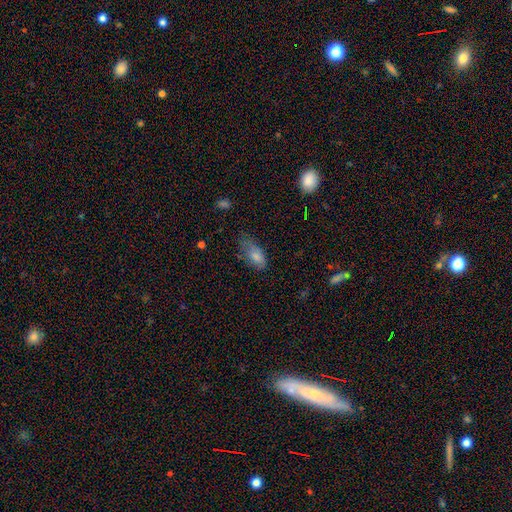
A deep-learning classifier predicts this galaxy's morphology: Smooth or featured: smooth — 80% (featured or disk — 11%)
How rounded: in between — 89% (cigar-shaped — 8%)
Merging: minor disturbance — 41% (none — 38%)